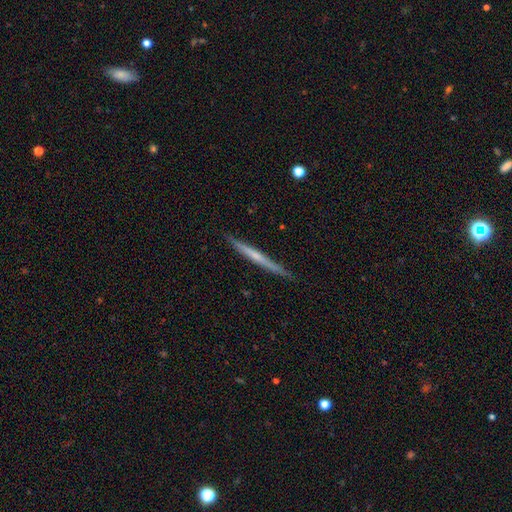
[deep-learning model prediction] smooth-or-featured: featured or disk: 57% | smooth: 37% | star or artifact: 6%
  disk-edge-on: yes: 97% | no: 3%
    edge-on-bulge: none: 70% | rounded: 24% | boxy: 6%
  merging: none: 89% | minor disturbance: 9% | major disturbance: 1% | merger: 1%